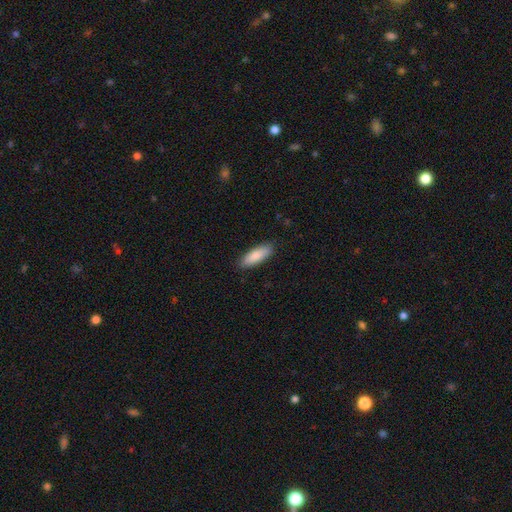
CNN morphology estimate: The model was most divided on "how rounded": in between: 61%, cigar-shaped: 38%, round: 2%. More confident: merging — none (87%); smooth or featured — smooth (87%).